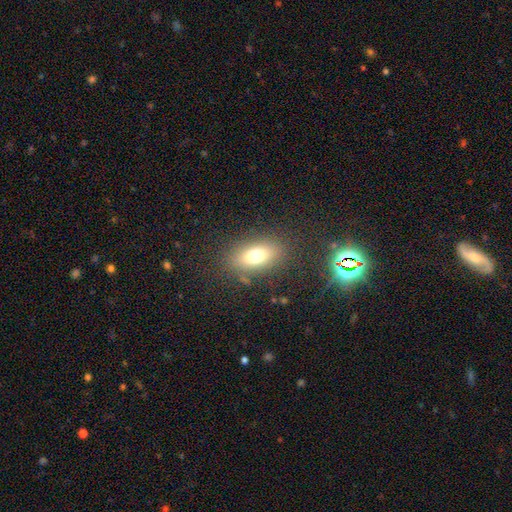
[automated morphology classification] smooth 72%, featured or disk 17%, star or artifact 11%. Down the decision tree: how rounded — in between (82%); merging — none (82%).